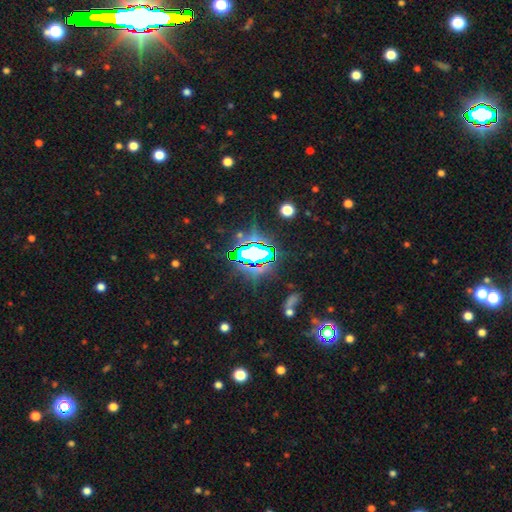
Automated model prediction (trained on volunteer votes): Morphology: type=star or artifact (70%).